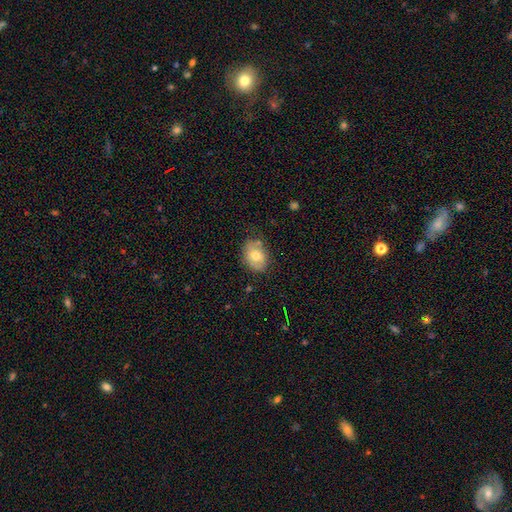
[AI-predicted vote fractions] This is likely a smooth galaxy (69%). How rounded: likely in between (71%). Merging: likely none (71%).